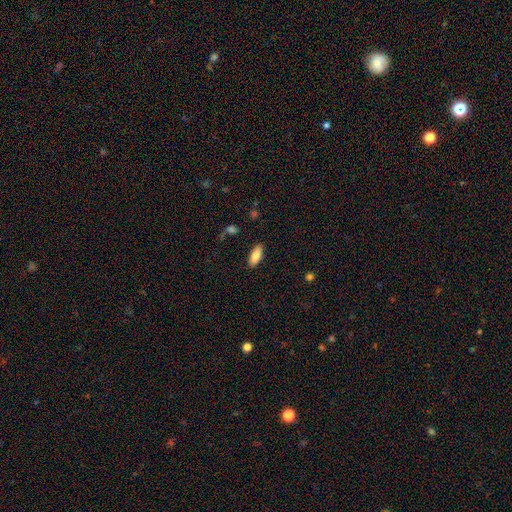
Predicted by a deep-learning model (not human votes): This is clearly a smooth galaxy (81%). How rounded: clearly in between (81%). Merging: clearly none (87%).